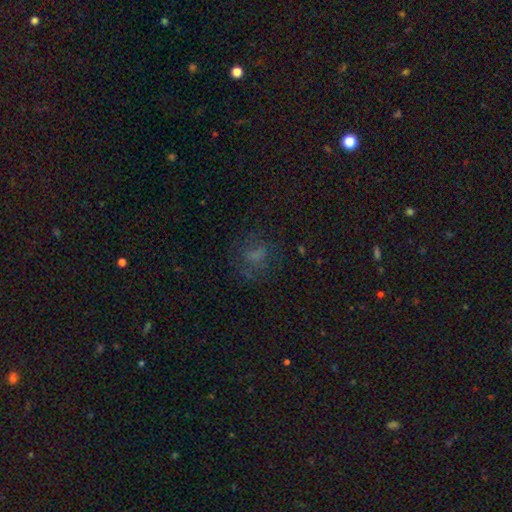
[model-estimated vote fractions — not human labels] A smooth galaxy with no disk features (49%).

Vote fractions:
- Smooth or featured? smooth: 49% / featured or disk: 26% / star or artifact: 25%
- Merging? none: 63% / major disturbance: 18% / minor disturbance: 17% / merger: 2%